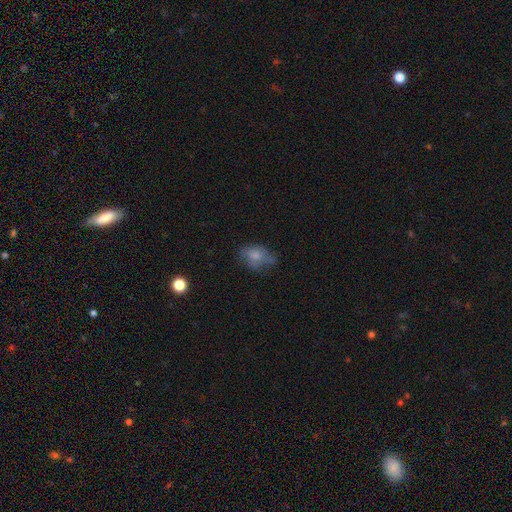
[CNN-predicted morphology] smooth-or-featured: smooth: 68% | featured or disk: 21% | star or artifact: 10%
  how-rounded: in between: 78% | round: 20% | cigar-shaped: 2%
  merging: none: 46% | minor disturbance: 32% | major disturbance: 19% | merger: 3%